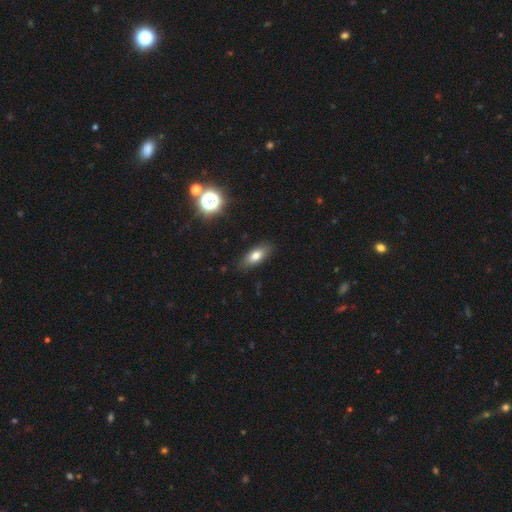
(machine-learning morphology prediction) smooth-or-featured: smooth: 74% | featured or disk: 16% | star or artifact: 10%
  how-rounded: in between: 80% | cigar-shaped: 15% | round: 5%
  merging: none: 85% | minor disturbance: 11% | major disturbance: 2% | merger: 1%